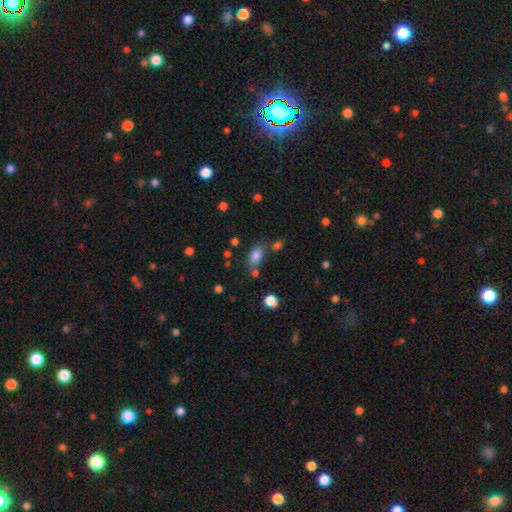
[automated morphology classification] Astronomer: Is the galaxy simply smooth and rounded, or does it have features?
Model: smooth — 81%.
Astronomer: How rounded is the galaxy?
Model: in between — 88%.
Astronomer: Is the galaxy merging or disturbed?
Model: none — 62%.